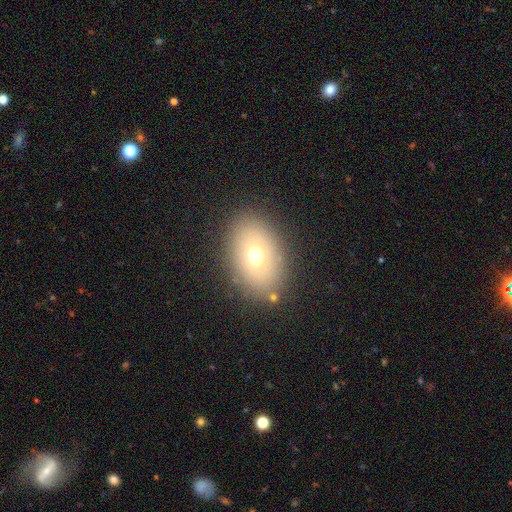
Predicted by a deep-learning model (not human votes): Morphology: type=smooth (69%); roundness=in between (79%); merging=none (85%).